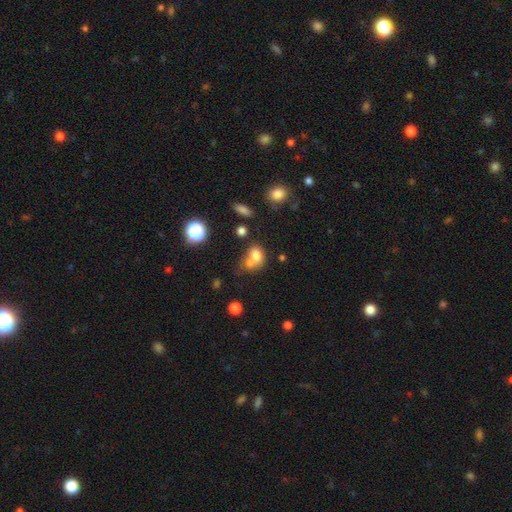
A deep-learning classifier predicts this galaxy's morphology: smooth 73%, featured or disk 14%, star or artifact 13%. Down the decision tree: how rounded — in between (54%); merging — merger (54%).